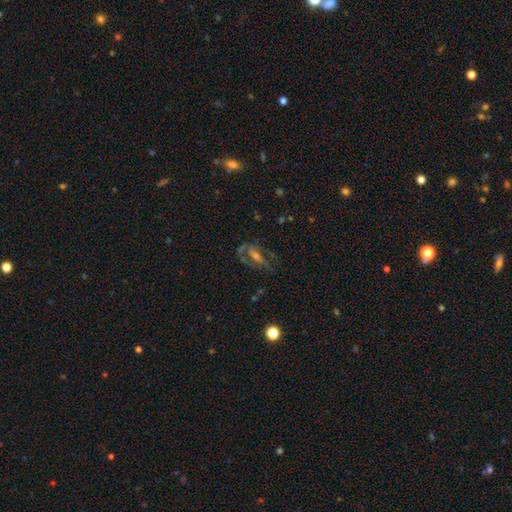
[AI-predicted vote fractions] smooth-or-featured: featured or disk: 68% | smooth: 18% | star or artifact: 15%
  disk-edge-on: no: 86% | yes: 14%
    bar: no: 36% | weak: 33% | strong: 30%
    has-spiral-arms: yes: 70% | no: 30%
    bulge-size: small: 46% | moderate: 36% | none: 9% | large: 7% | dominant: 2%
  merging: none: 59% | major disturbance: 21% | minor disturbance: 17% | merger: 3%